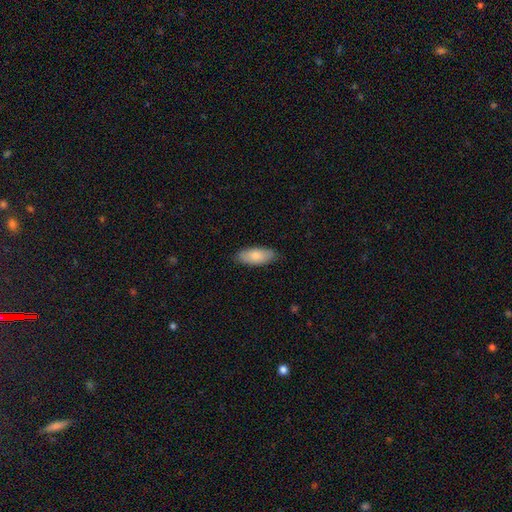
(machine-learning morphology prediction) This appears to be a smooth galaxy with no disk features (82%) that is in between round and cigar-shaped (85%). Merging: none (85%).